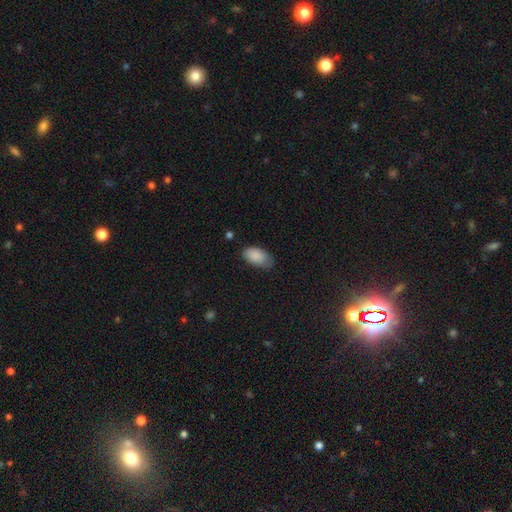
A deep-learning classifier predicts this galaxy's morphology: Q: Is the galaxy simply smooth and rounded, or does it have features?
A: smooth — 89%.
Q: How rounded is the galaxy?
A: in between — 95%.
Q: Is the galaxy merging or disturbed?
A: none — 67%.